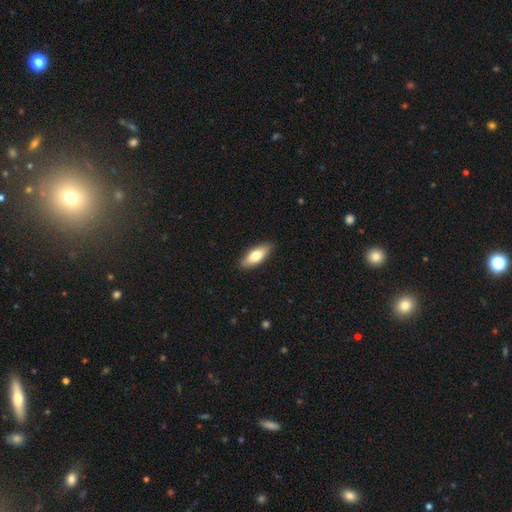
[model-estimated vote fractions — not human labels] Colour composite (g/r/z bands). It shows a smooth galaxy with no disk features (74%) that is in between round and cigar-shaped (76%). Merging: none (89%).